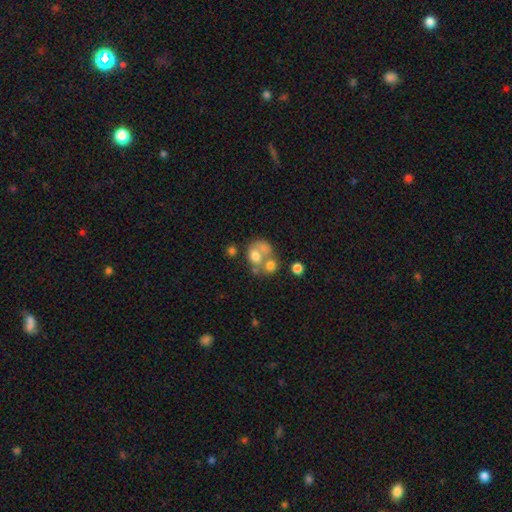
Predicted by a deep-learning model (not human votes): Smooth or featured? Predicted: smooth (p=0.59). How rounded? Predicted: round (p=0.52). Merging? Predicted: merger (p=0.56).